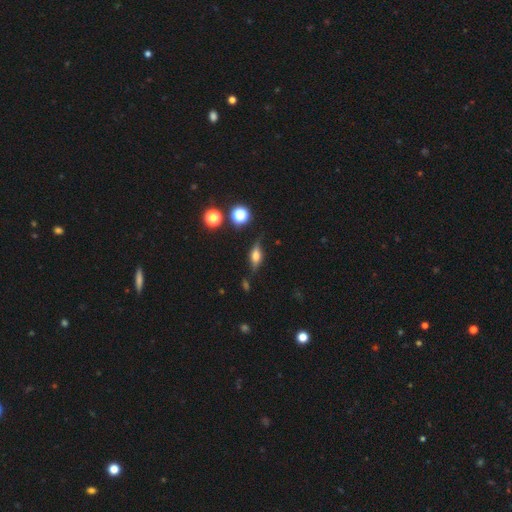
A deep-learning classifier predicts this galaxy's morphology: Smooth or featured?
  - featured or disk: 45% *
  - smooth: 43%
  - star or artifact: 12%
Merging?
  - none: 73% *
  - minor disturbance: 18%
  - major disturbance: 6%
  - merger: 3%